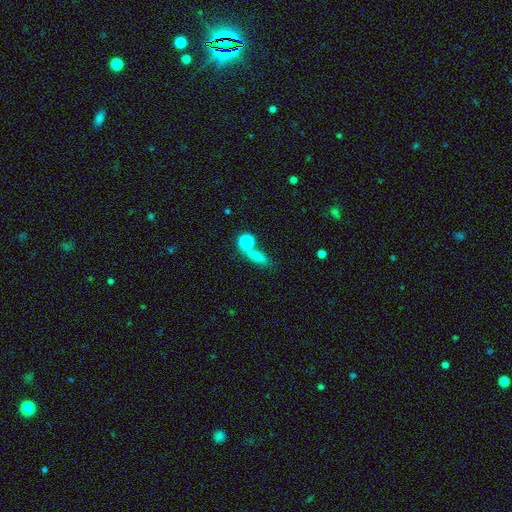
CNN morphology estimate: Smooth or featured: smooth — 75% (star or artifact — 13%)
How rounded: in between — 44% (cigar-shaped — 38%)
Merging: none — 52% (merger — 28%)